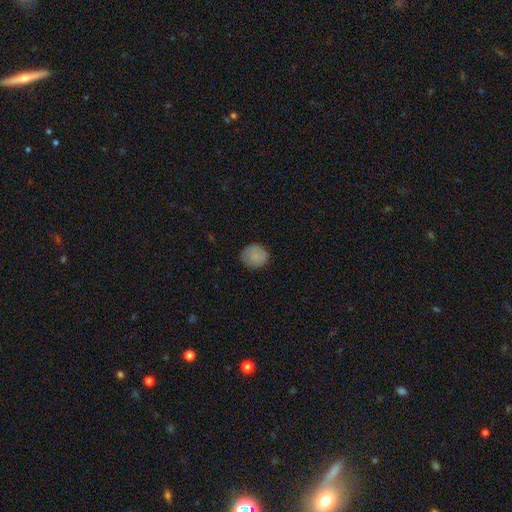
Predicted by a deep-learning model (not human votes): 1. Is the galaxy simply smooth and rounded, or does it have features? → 83% smooth, 9% featured or disk, 8% star or artifact.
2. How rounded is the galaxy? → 84% round, 15% in between, 1% cigar-shaped.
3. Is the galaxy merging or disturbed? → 81% none, 15% minor disturbance, 3% major disturbance, 1% merger.